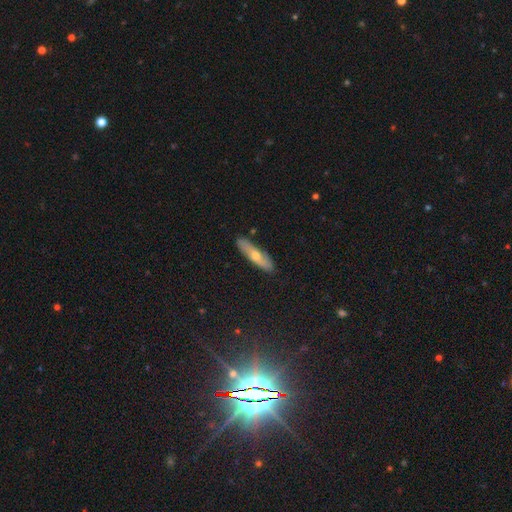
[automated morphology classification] Smooth or featured? smooth (51%)
How rounded? cigar-shaped (71%)
Merging? none (85%)